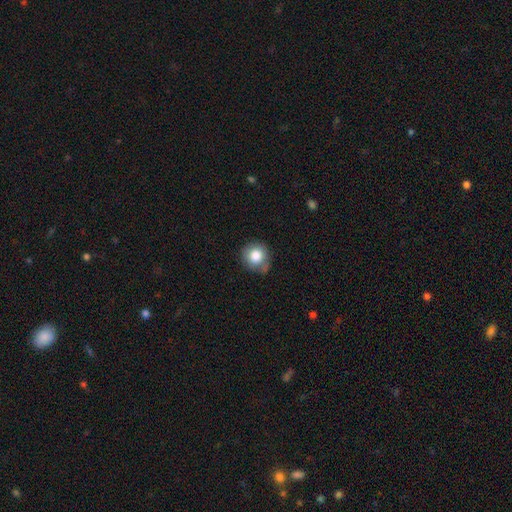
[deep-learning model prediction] This appears to be a smooth galaxy with no disk features (82%) that is round (88%). Merging: none (67%).